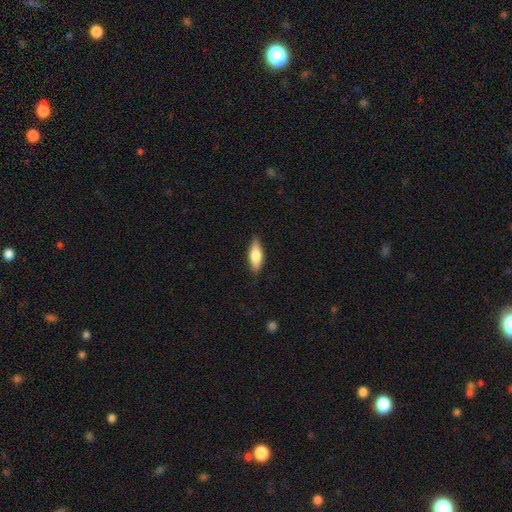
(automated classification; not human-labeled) This is likely a smooth galaxy (68%). How rounded: likely in between (62%). Merging: clearly none (86%).